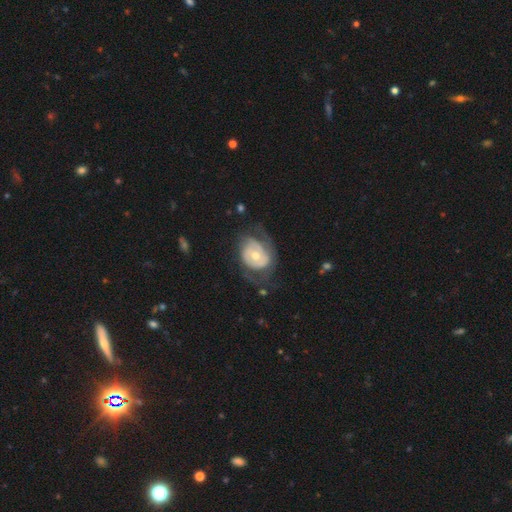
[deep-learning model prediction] smooth_or_featured: featured or disk (p=0.69) [alt: smooth p=0.25]
disk_edge_on: no (p=0.96) [alt: yes p=0.04]
bar: no (p=0.75) [alt: weak p=0.20]
has_spiral_arms: yes (p=0.68) [alt: no p=0.32]
bulge_size: moderate (p=0.64) [alt: small p=0.30]
merging: none (p=0.45) [alt: major disturbance p=0.29]